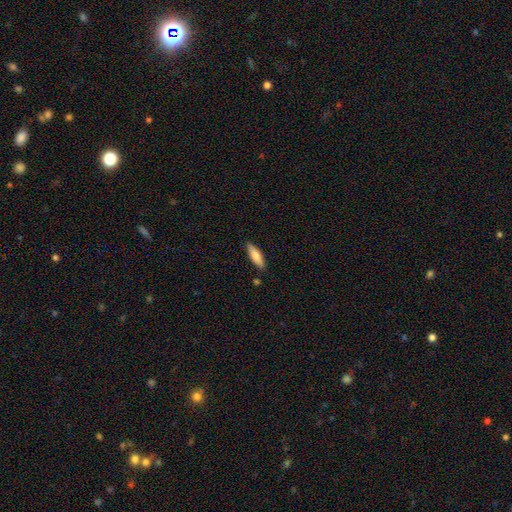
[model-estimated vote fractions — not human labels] This is likely a smooth galaxy (77%). How rounded: possibly cigar-shaped (53%). Merging: clearly none (84%).